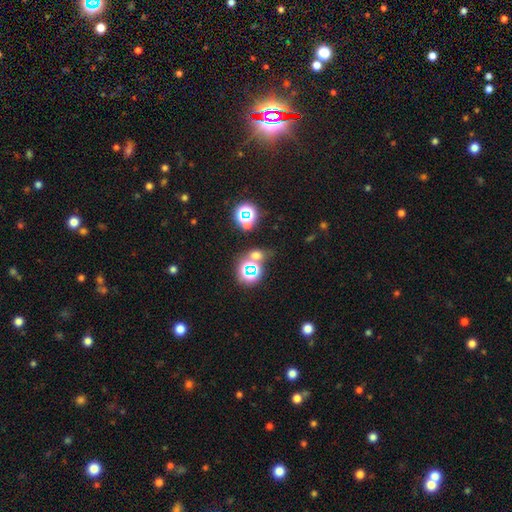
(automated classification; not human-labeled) Smooth or featured?
  - star or artifact: 49% *
  - smooth: 41%
  - featured or disk: 9%